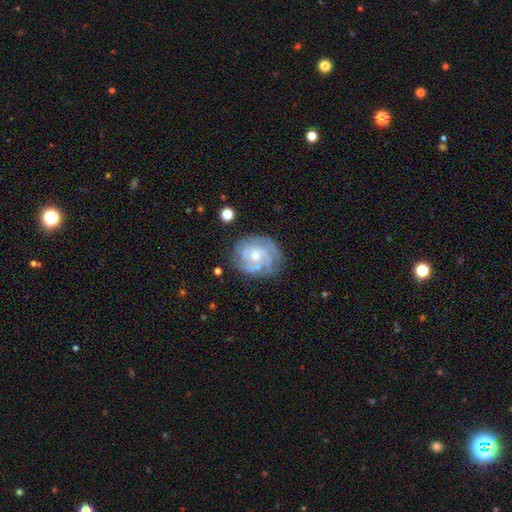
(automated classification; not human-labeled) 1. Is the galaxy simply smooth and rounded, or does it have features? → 81% featured or disk, 12% smooth, 6% star or artifact.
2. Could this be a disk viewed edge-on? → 98% no, 2% yes.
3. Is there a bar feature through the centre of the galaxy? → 72% no, 24% weak, 4% strong.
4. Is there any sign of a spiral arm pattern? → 93% yes, 7% no.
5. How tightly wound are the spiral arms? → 64% tight, 29% medium, 7% loose.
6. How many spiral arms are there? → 32% can't tell, 26% 3, 15% 2, 15% 4, 6% more than 4, 5% 1.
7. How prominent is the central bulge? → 46% small (tied), 46% moderate (tied), 3% none, 3% large, 1% dominant.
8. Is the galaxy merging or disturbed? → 72% none, 17% minor disturbance, 7% major disturbance, 3% merger.